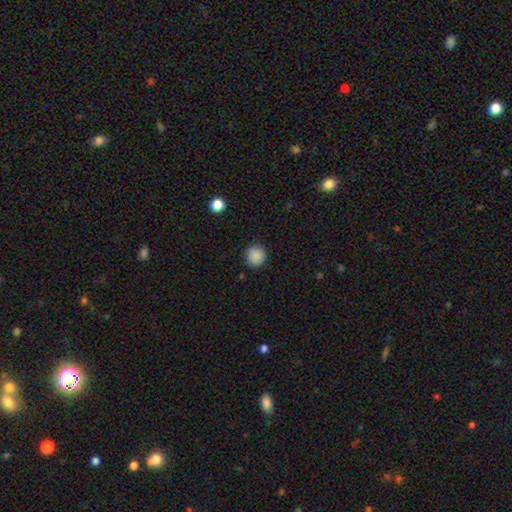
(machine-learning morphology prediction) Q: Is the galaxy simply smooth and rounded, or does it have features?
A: smooth — 88%.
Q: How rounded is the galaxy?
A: round — 93%.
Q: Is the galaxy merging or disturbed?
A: none — 89%.